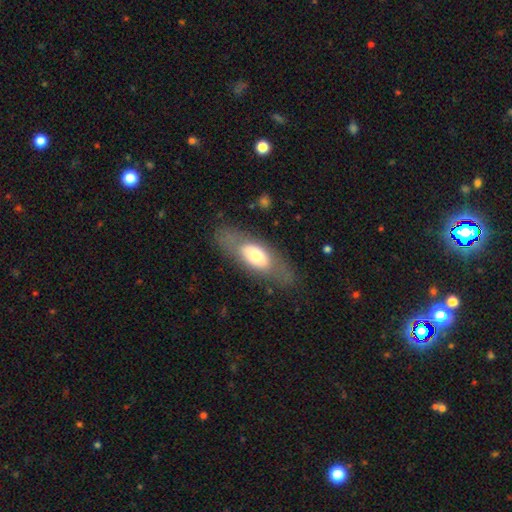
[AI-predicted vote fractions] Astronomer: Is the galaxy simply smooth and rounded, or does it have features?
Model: smooth — 56% (runner-up: featured or disk, 36%).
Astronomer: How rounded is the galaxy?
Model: in between — 75%.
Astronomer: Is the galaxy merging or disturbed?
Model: none — 73%.